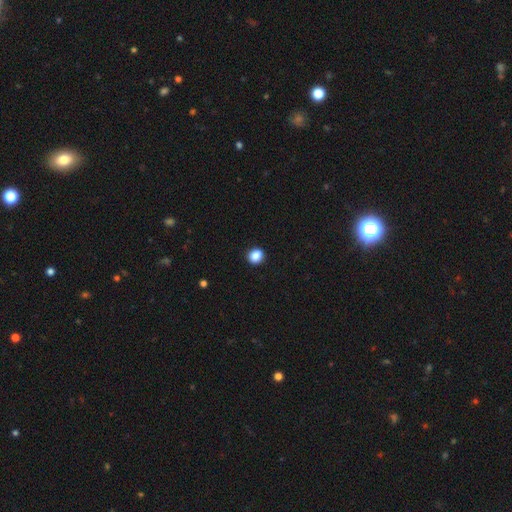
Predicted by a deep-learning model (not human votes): A smooth galaxy with no disk features (87%) that is round (72%). Merging: none (92%).